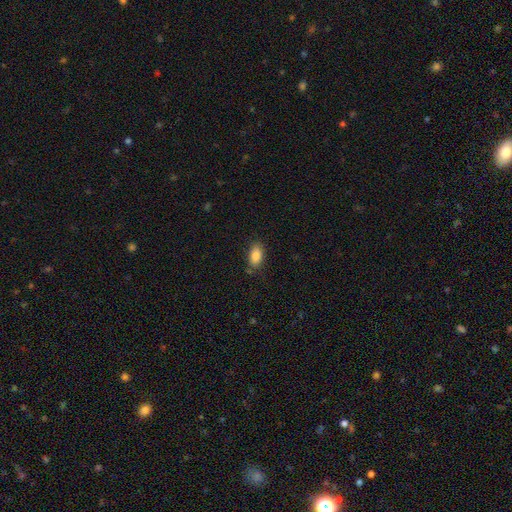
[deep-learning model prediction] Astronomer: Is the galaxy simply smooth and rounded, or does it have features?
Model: smooth — 86%.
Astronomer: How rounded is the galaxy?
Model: in between — 91%.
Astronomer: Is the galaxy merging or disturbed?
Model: none — 79%.